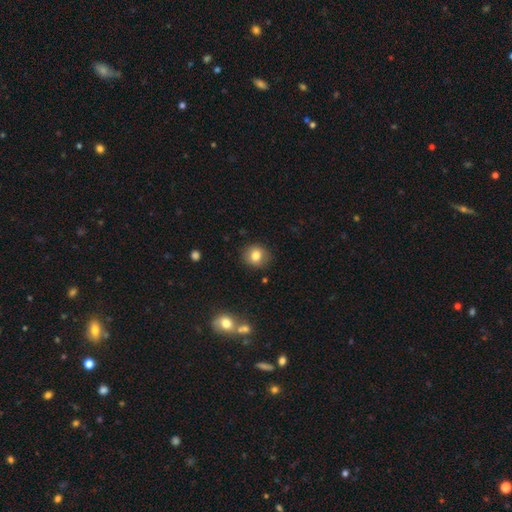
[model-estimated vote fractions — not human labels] Morphology: type=smooth (82%); roundness=round (79%); merging=none (85%).